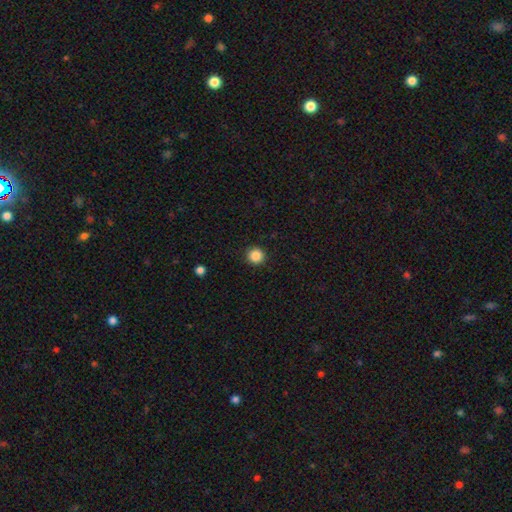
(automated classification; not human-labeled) Smooth or featured? Predicted: smooth (p=0.87). How rounded? Predicted: round (p=0.95). Merging? Predicted: none (p=0.92).